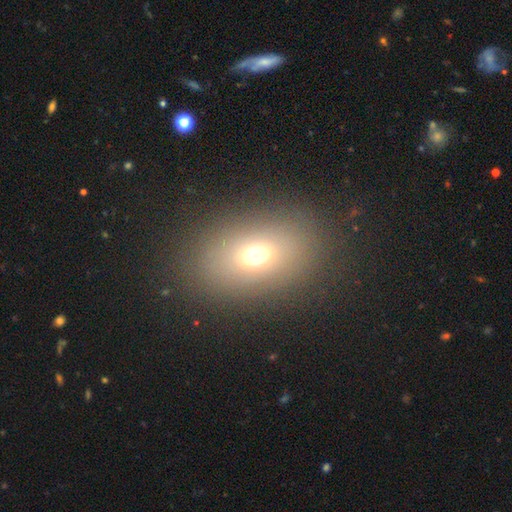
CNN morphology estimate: Smooth or featured: smooth — 66% (featured or disk — 18%)
How rounded: in between — 78% (round — 20%)
Merging: none — 84% (minor disturbance — 9%)